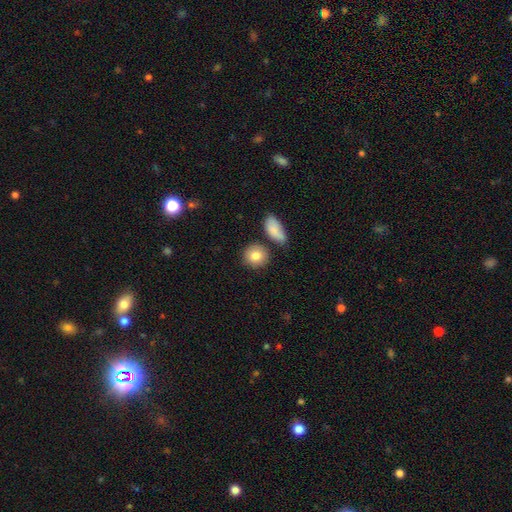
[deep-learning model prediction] Morphology: type=smooth (83%); roundness=round (78%); merging=none (75%).